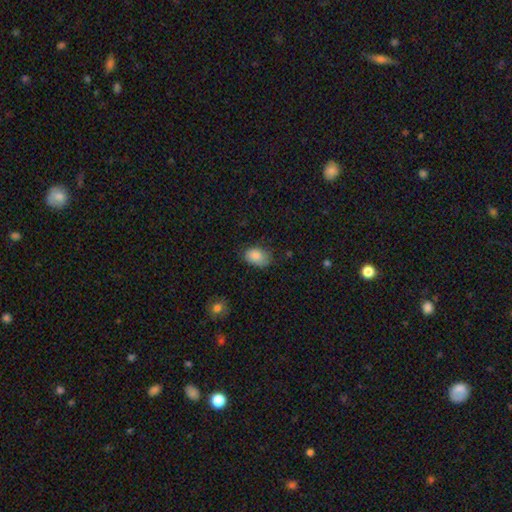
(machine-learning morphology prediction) type=smooth (86%); roundness=in between (85%); merging=none (66%).